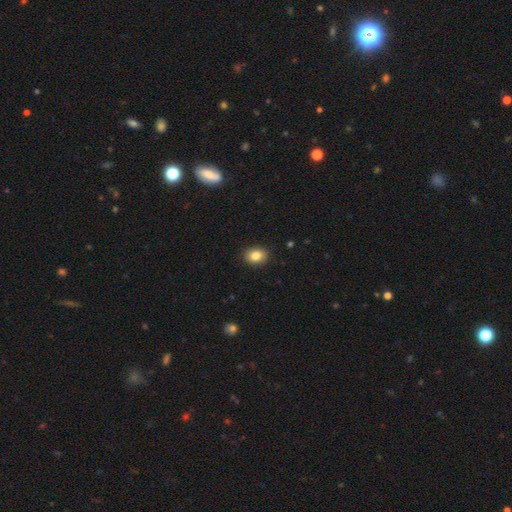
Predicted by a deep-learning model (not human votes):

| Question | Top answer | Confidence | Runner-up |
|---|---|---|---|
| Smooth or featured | smooth | 84% | star or artifact (9%) |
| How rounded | in between | 54% | round (45%) |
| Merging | none | 89% | minor disturbance (8%) |